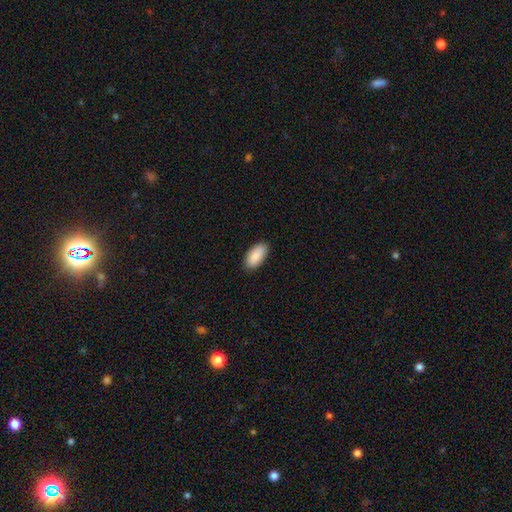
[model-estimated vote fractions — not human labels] smooth_or_featured: smooth (p=0.90) [alt: star or artifact p=0.06]
how_rounded: in between (p=0.94) [alt: cigar-shaped p=0.04]
merging: none (p=0.88) [alt: minor disturbance p=0.09]